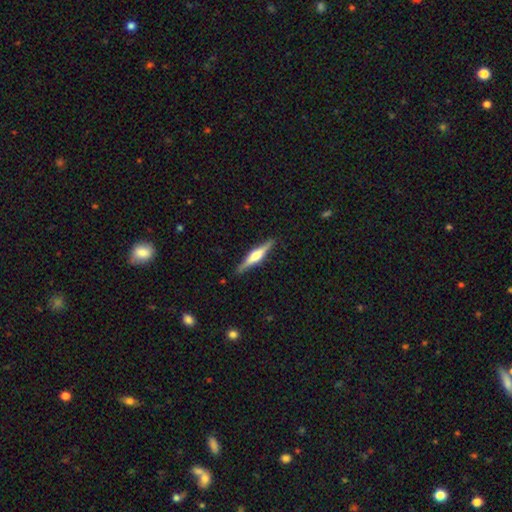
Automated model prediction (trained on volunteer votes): smooth-or-featured: featured or disk: 69% | smooth: 26% | star or artifact: 5%
  disk-edge-on: yes: 98% | no: 2%
    edge-on-bulge: rounded: 82% | boxy: 14% | none: 4%
  merging: none: 90% | minor disturbance: 8% | major disturbance: 2% | merger: 1%